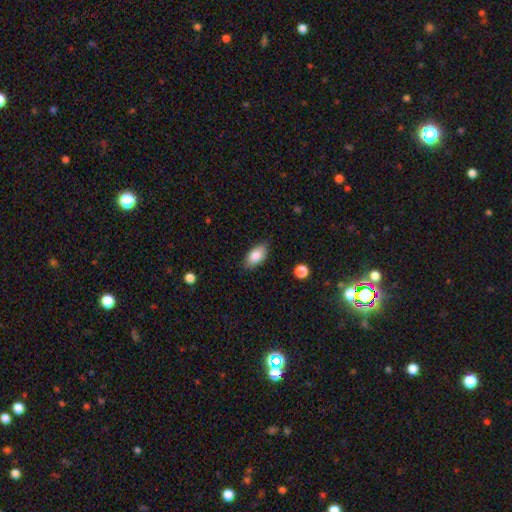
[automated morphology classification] smooth_or_featured: smooth (p=0.84) [alt: featured or disk p=0.09]
how_rounded: in between (p=0.91) [alt: round p=0.06]
merging: none (p=0.82) [alt: minor disturbance p=0.14]